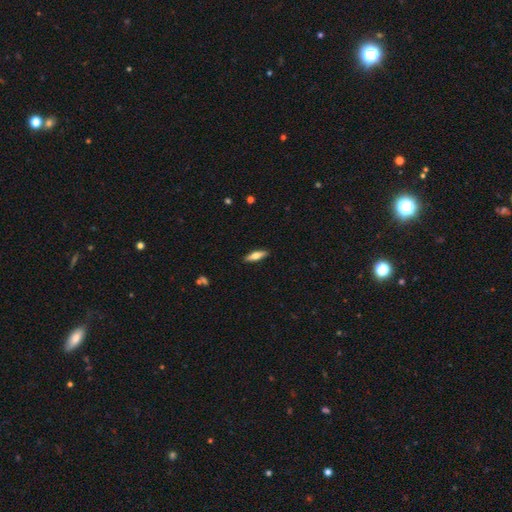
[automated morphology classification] A smooth galaxy with no disk features (59%) that is cigar-shaped (54%).

Vote fractions:
- Smooth or featured? smooth: 59% / featured or disk: 34% / star or artifact: 6%
- How rounded? cigar-shaped: 54% / in between: 44% / round: 2%
- Merging? none: 90% / minor disturbance: 8% / major disturbance: 2% / merger: 1%